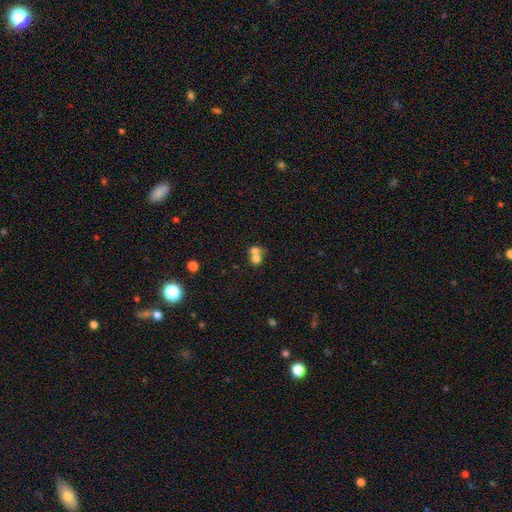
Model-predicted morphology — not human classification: Smooth or featured: smooth — 70% (featured or disk — 19%)
How rounded: round — 70% (in between — 29%)
Merging: merger — 69% (none — 23%)